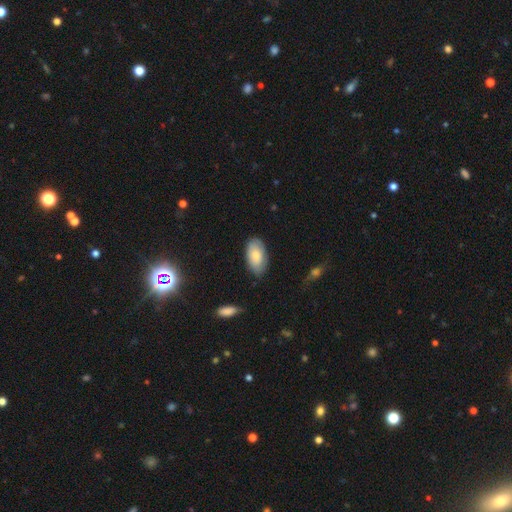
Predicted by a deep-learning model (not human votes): Smooth or featured: smooth — 77% (featured or disk — 17%)
How rounded: in between — 95% (round — 3%)
Merging: none — 79% (minor disturbance — 16%)